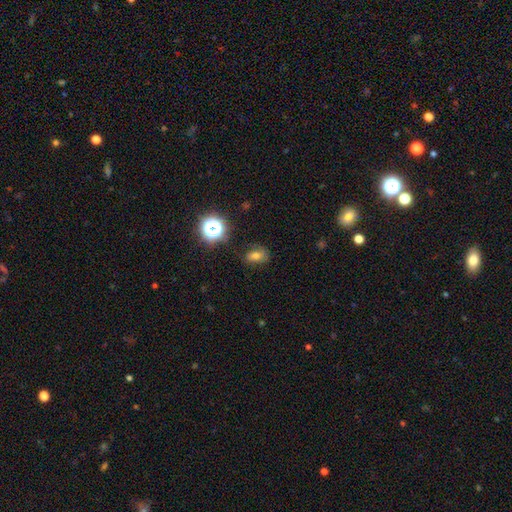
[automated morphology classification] This is likely a smooth galaxy (65%). How rounded: likely in between (71%). Merging: likely none (71%).